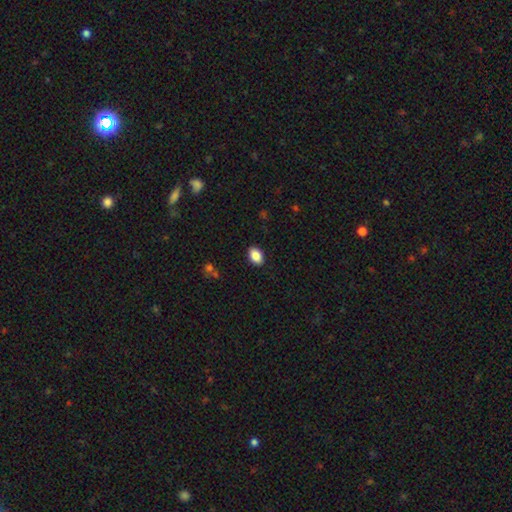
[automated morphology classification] This is clearly a smooth galaxy (88%). How rounded: clearly in between (86%). Merging: clearly none (89%).